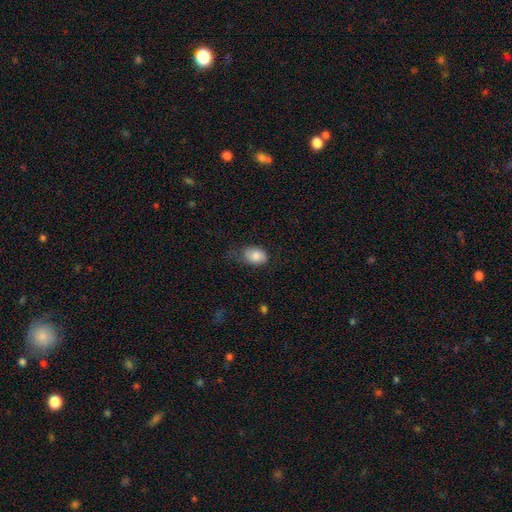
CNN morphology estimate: type=smooth (82%); roundness=in between (80%); merging=none (55%).